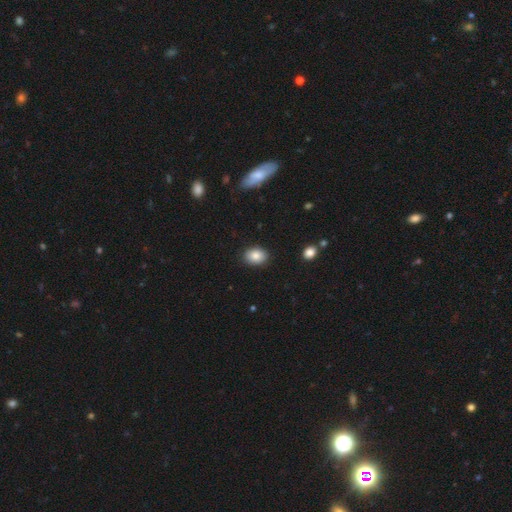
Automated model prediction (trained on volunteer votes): Smooth or featured? Predicted: smooth (p=0.86). How rounded? Predicted: in between (p=0.65). Merging? Predicted: none (p=0.89).